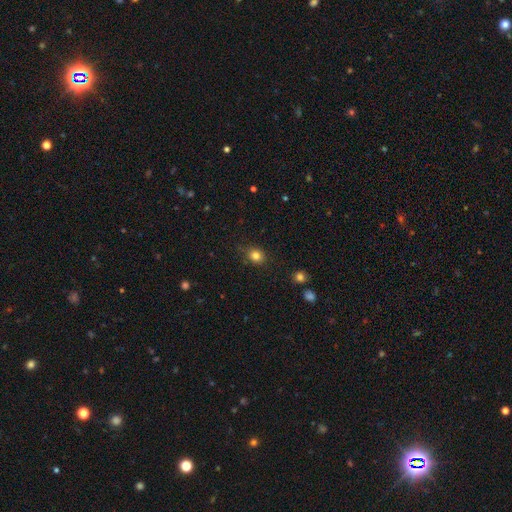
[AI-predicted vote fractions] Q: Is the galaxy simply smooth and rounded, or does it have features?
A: smooth — 82%.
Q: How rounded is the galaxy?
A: round — 71%.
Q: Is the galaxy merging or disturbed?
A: none — 80%.